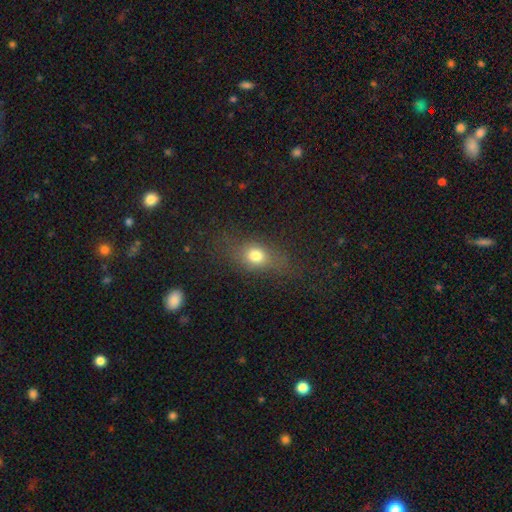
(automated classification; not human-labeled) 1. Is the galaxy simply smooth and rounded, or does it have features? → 71% smooth, 15% star or artifact, 14% featured or disk.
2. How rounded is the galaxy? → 56% in between, 37% round, 7% cigar-shaped.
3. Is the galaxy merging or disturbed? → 69% none, 18% minor disturbance, 12% major disturbance, 2% merger.